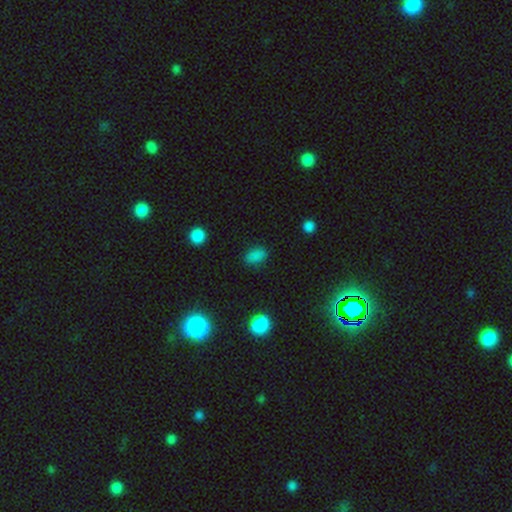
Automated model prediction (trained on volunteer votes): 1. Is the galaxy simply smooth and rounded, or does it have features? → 83% smooth, 13% star or artifact, 4% featured or disk.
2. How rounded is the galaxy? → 85% in between, 12% round, 3% cigar-shaped.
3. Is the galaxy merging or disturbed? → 83% none, 12% minor disturbance, 3% major disturbance, 2% merger.